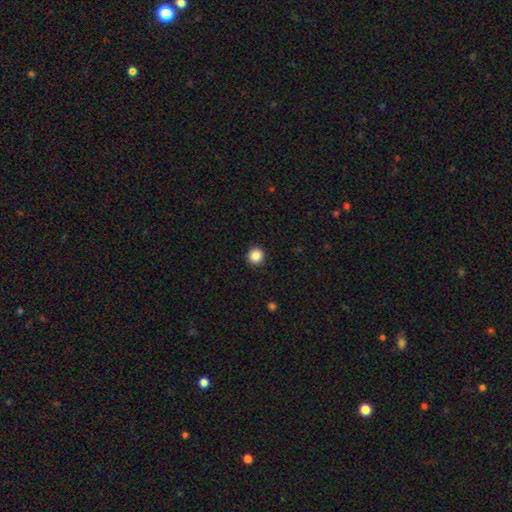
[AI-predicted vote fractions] This is clearly a smooth galaxy (87%). How rounded: clearly round (95%). Merging: clearly none (93%).